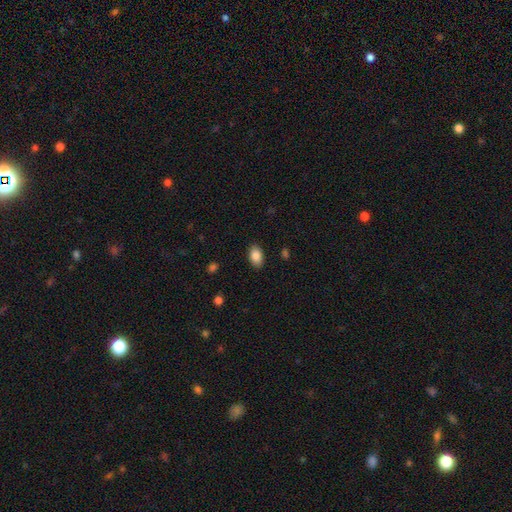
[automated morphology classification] Smooth or featured? Predicted: smooth (p=0.87). How rounded? Predicted: in between (p=0.90). Merging? Predicted: none (p=0.88).